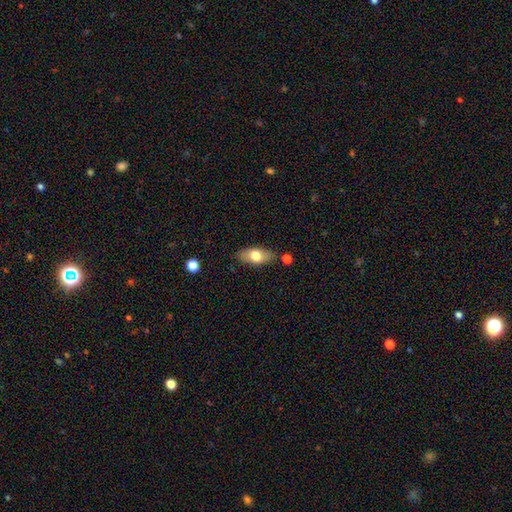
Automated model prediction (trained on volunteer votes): Smooth or featured: smooth — 71% (featured or disk — 22%)
How rounded: in between — 86% (cigar-shaped — 10%)
Merging: none — 80% (minor disturbance — 13%)